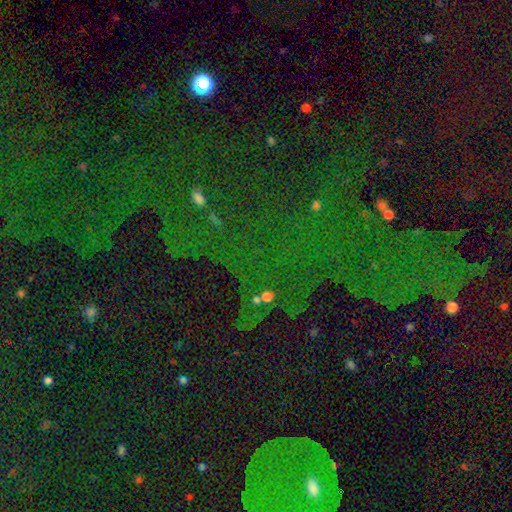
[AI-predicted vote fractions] Overall: star or artifact (75%).